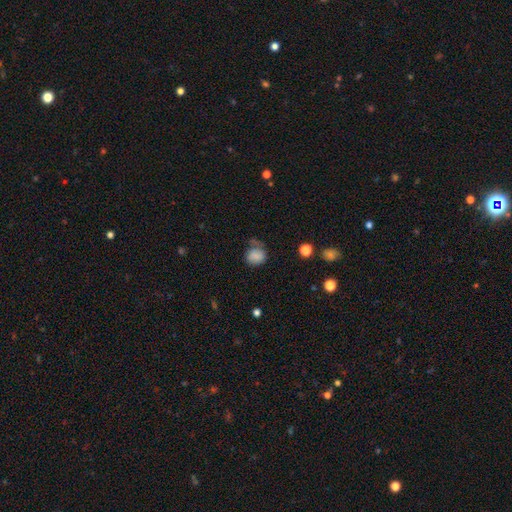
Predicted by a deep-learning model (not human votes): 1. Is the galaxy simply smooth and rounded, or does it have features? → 76% smooth, 14% featured or disk, 10% star or artifact.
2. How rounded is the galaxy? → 68% round, 31% in between, 1% cigar-shaped.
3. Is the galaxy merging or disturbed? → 47% none, 29% minor disturbance, 19% major disturbance, 4% merger.